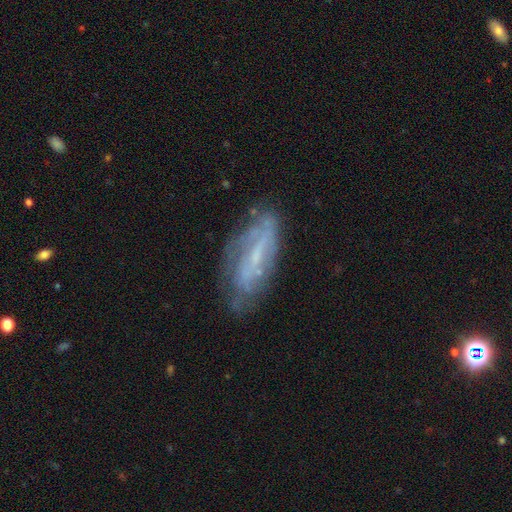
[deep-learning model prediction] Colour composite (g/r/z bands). It shows a featured or disk galaxy (68%) with a weak bar (42%), spiral arms (72%) and a small central bulge (56%). Merging: none (65%).